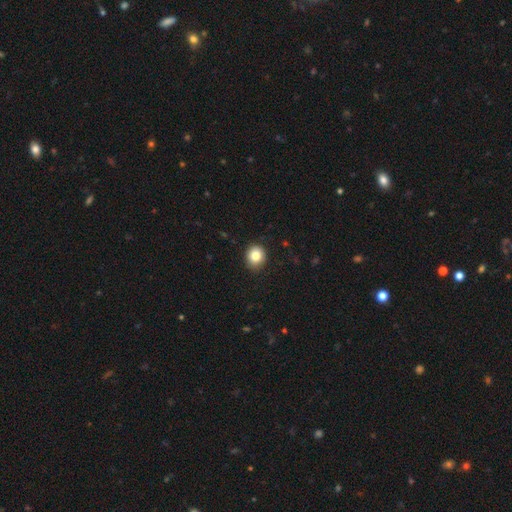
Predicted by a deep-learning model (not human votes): Q: Smooth or featured?
A: smooth (85%); runner-up: star or artifact (10%)
Q: How rounded?
A: round (77%); runner-up: in between (23%)
Q: Merging?
A: none (88%); runner-up: minor disturbance (9%)